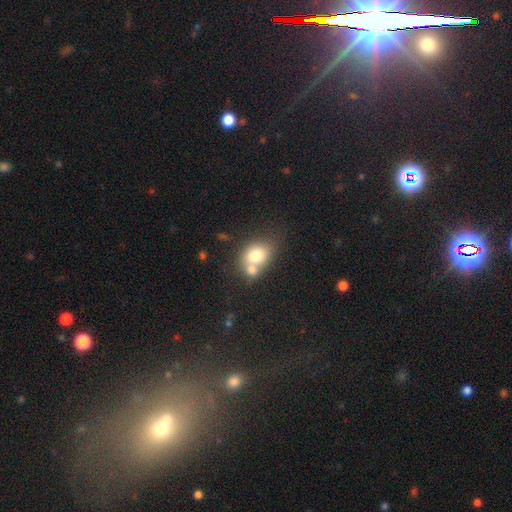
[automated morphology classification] Smooth or featured? smooth (73%)
How rounded? in between (53%)
Merging? merger (53%)